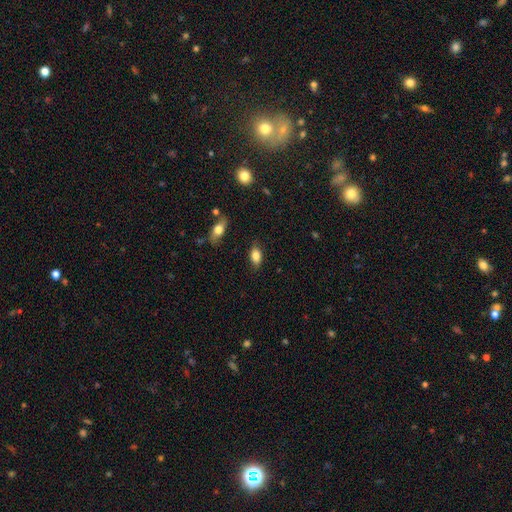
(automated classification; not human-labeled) The model was most divided on "merging": none: 81%, minor disturbance: 14%, major disturbance: 3%, merger: 2%. More confident: how rounded — in between (87%); smooth or featured — smooth (83%).